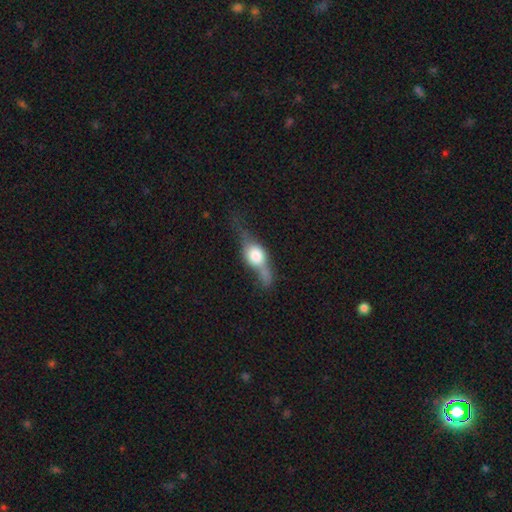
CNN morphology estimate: Smooth or featured: featured or disk — 58% (smooth — 34%)
Edge-on disk: yes — 84% (no — 16%)
Merging: none — 47% (minor disturbance — 26%)